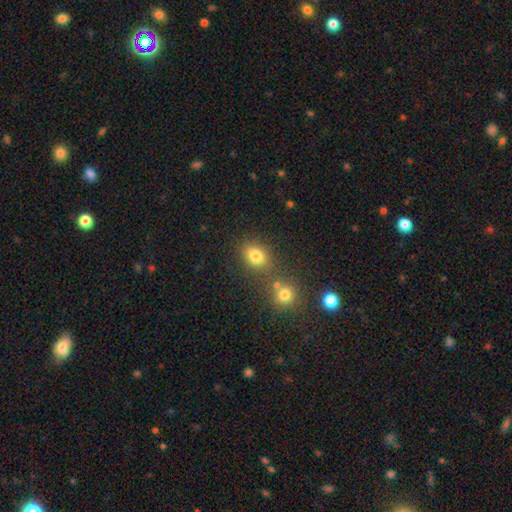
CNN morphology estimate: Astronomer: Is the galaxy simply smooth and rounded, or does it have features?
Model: smooth — 78%.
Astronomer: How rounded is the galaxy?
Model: in between — 59% (runner-up: round, 40%).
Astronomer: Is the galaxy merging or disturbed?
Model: none — 65%.